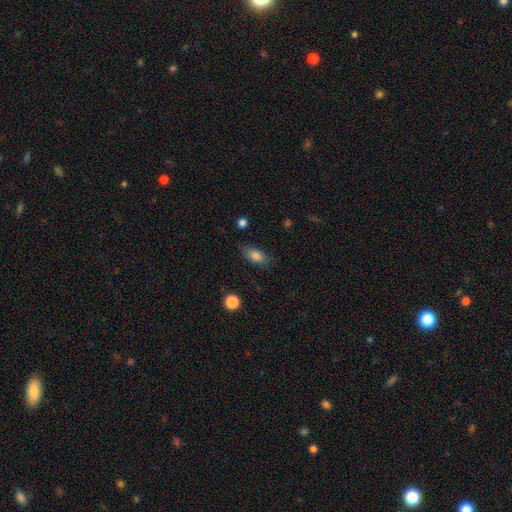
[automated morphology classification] Overall: smooth (81%). How rounded: in between (85%). Merging: none (79%).